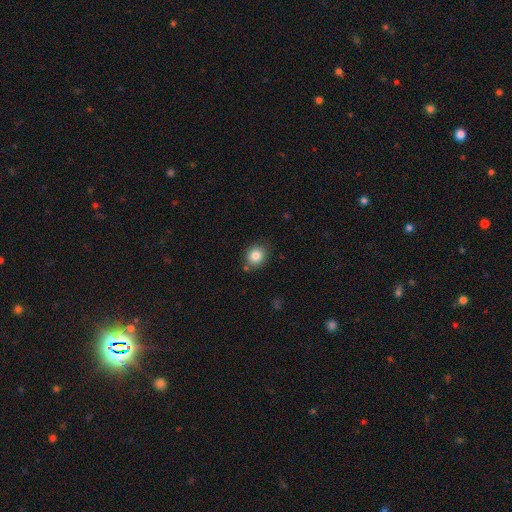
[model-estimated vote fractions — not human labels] Overall: smooth (84%). How rounded: round (78%). Merging: none (81%).